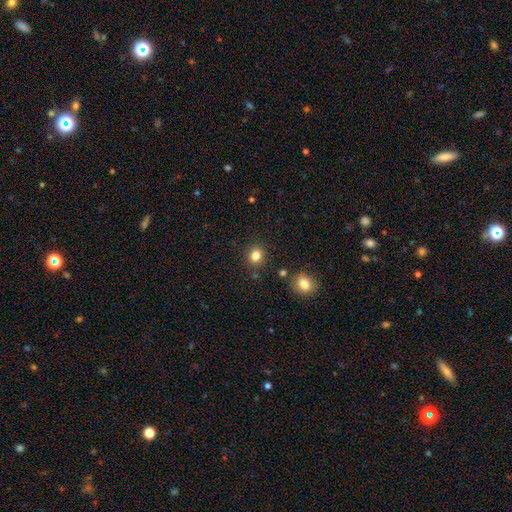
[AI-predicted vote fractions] This is clearly a smooth galaxy (82%). How rounded: clearly round (81%). Merging: clearly none (86%).